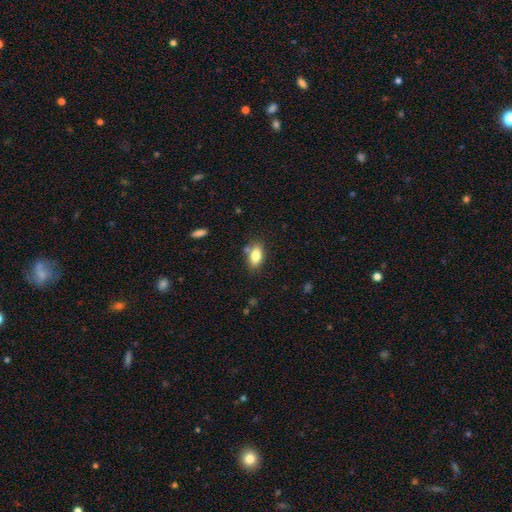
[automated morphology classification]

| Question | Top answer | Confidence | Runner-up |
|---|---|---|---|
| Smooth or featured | smooth | 81% | featured or disk (11%) |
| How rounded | in between | 88% | cigar-shaped (6%) |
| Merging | none | 75% | minor disturbance (14%) |